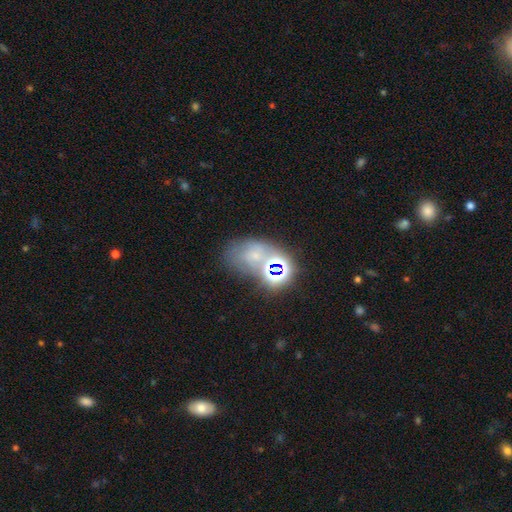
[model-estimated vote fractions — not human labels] The model was most divided on "smooth or featured": smooth: 37%, star or artifact: 35%, featured or disk: 28%. Remaining: merging — none (45%).